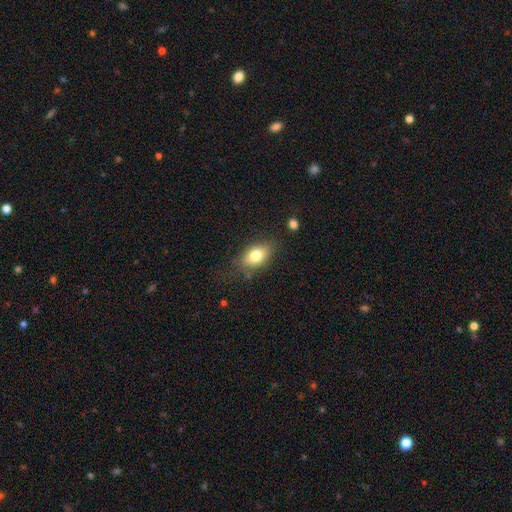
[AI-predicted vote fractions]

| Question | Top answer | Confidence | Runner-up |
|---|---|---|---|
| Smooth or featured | smooth | 76% | featured or disk (15%) |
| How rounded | in between | 82% | round (15%) |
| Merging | none | 75% | minor disturbance (18%) |